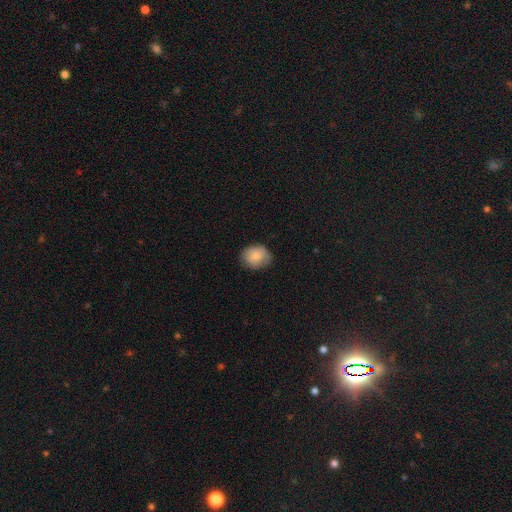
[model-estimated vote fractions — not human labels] Q: Smooth or featured?
A: smooth (80%); runner-up: featured or disk (13%)
Q: How rounded?
A: round (58%); runner-up: in between (41%)
Q: Merging?
A: none (76%); runner-up: minor disturbance (19%)